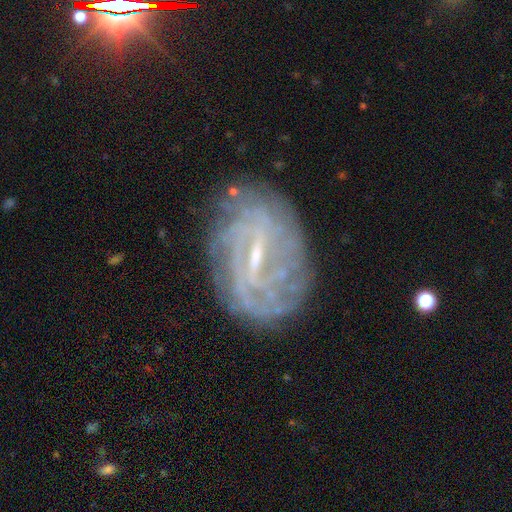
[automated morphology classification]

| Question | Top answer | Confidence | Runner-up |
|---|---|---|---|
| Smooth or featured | featured or disk | 80% | smooth (10%) |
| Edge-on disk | no | 95% | yes (5%) |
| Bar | weak | 44% | tied: strong (44%) |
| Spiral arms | yes | 88% | no (12%) |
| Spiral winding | tight | 67% | medium (24%) |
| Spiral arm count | can't tell | 49% | 2 (14%) |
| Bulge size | small | 64% | moderate (23%) |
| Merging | none | 77% | minor disturbance (15%) |